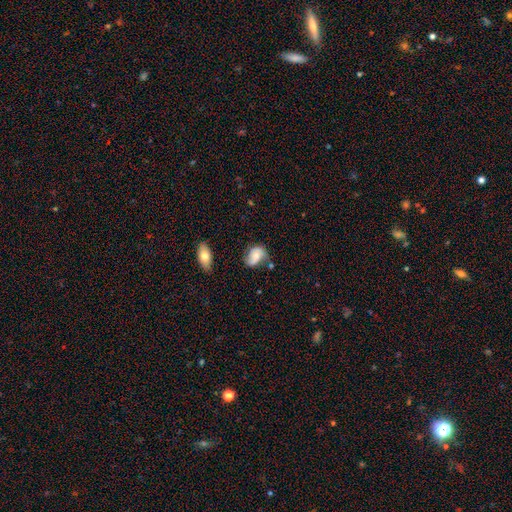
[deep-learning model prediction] Q: Smooth or featured?
A: smooth (46%); tied with: featured or disk (46%)
Q: Merging?
A: none (53%); runner-up: minor disturbance (30%)